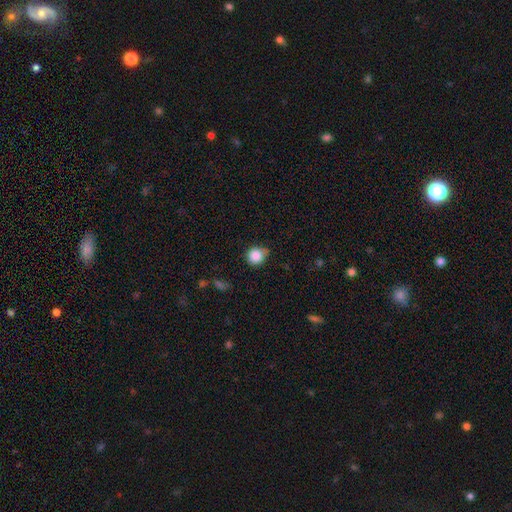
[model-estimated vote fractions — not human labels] The model was most divided on "merging": none: 64%, minor disturbance: 28%, major disturbance: 5%, merger: 3%. More confident: how rounded — round (89%); smooth or featured — smooth (87%).